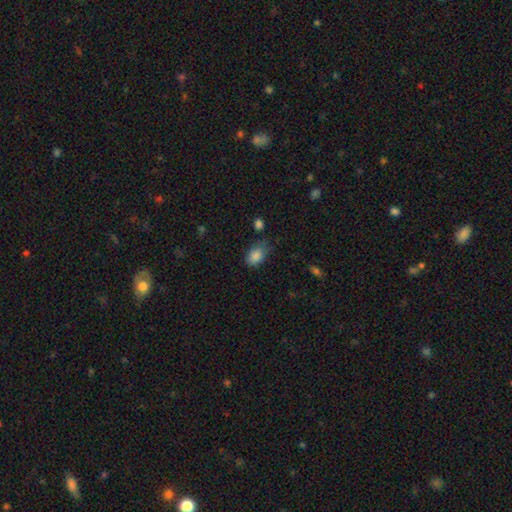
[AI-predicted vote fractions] The model was most divided on "merging": none: 57%, minor disturbance: 32%, major disturbance: 8%, merger: 3%. More confident: smooth or featured — smooth (85%); how rounded — in between (83%).